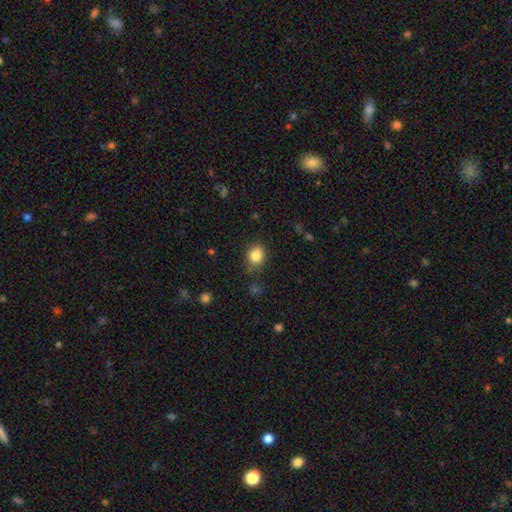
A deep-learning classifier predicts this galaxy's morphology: type=smooth (84%); roundness=round (62%); merging=none (77%).